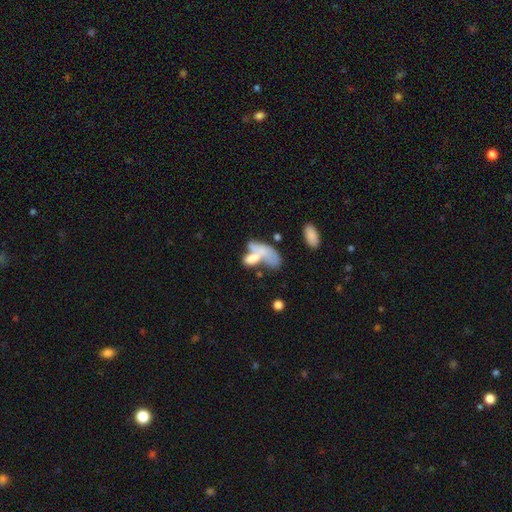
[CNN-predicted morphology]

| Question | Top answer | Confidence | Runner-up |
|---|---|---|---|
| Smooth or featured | smooth | 63% | featured or disk (28%) |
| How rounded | in between | 79% | cigar-shaped (16%) |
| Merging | merger | 53% | major disturbance (22%) |